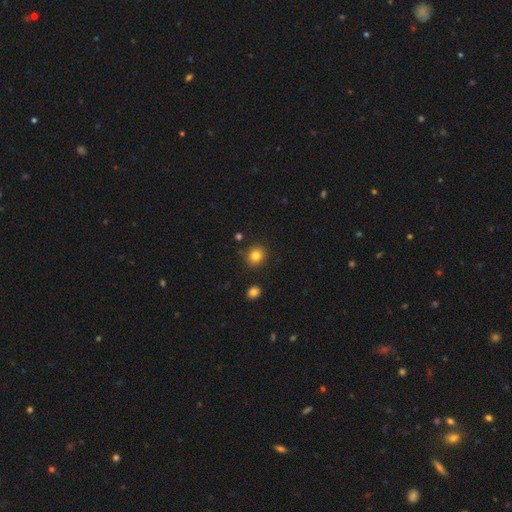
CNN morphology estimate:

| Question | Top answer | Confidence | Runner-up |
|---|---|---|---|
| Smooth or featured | smooth | 84% | star or artifact (11%) |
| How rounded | round | 90% | in between (9%) |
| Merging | none | 89% | minor disturbance (6%) |